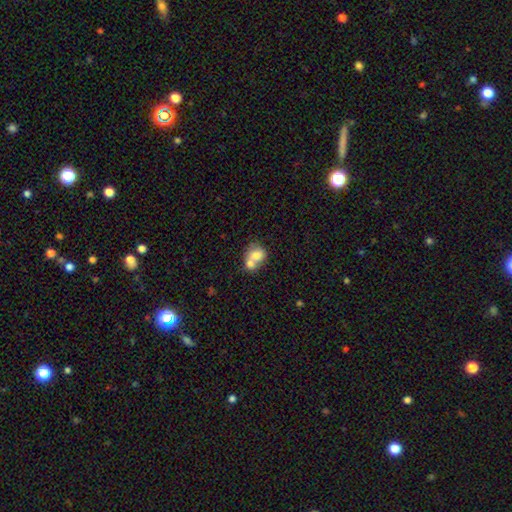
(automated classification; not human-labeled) smooth 71%, featured or disk 20%, star or artifact 8%. Down the decision tree: how rounded — round (55%); merging — merger (66%).